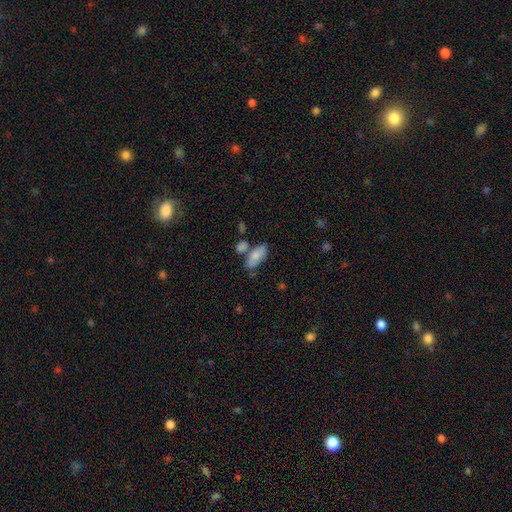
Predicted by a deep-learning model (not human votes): smooth 78%, featured or disk 16%, star or artifact 7%. Down the decision tree: how rounded — in between (88%); merging — none (54%).